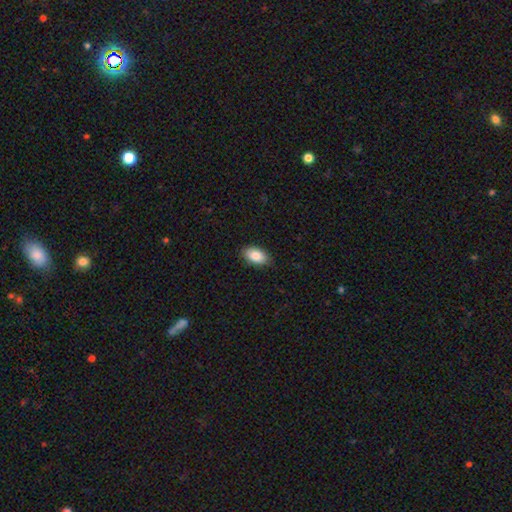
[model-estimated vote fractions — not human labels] Smooth or featured? Predicted: smooth (p=0.85). How rounded? Predicted: in between (p=0.93). Merging? Predicted: none (p=0.88).